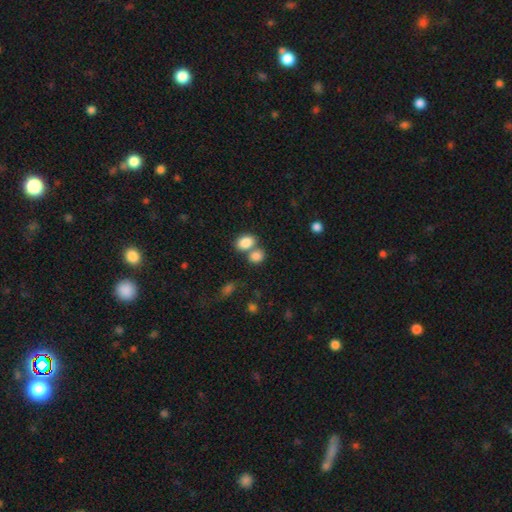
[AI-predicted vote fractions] Smooth or featured? smooth (84%)
How rounded? in between (57%)
Merging? merger (48%)